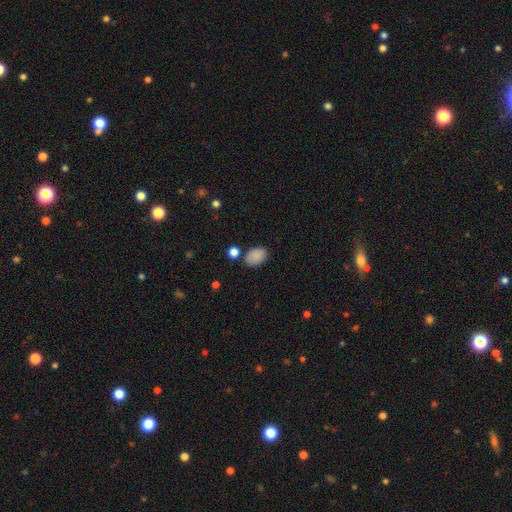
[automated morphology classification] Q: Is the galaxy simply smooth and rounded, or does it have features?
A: smooth — 88%.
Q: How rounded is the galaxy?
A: in between — 87%.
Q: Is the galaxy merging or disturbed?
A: none — 79%.